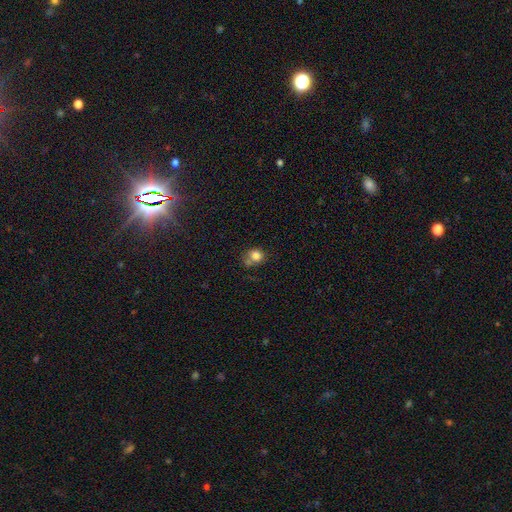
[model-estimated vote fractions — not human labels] smooth_or_featured: smooth (p=0.80) [alt: star or artifact p=0.11]
how_rounded: round (p=0.72) [alt: in between p=0.27]
merging: none (p=0.52) [alt: minor disturbance p=0.22]